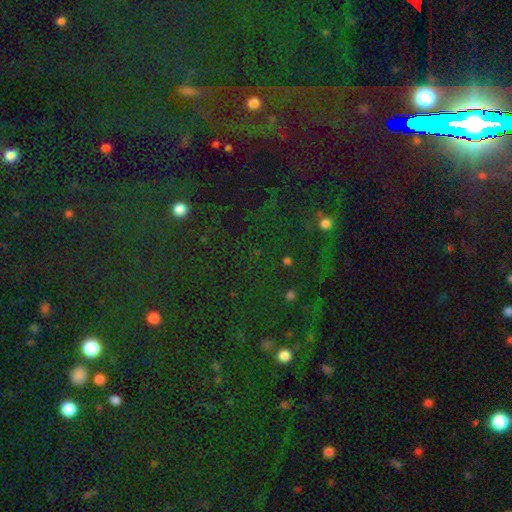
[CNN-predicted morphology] type=star or artifact (76%).